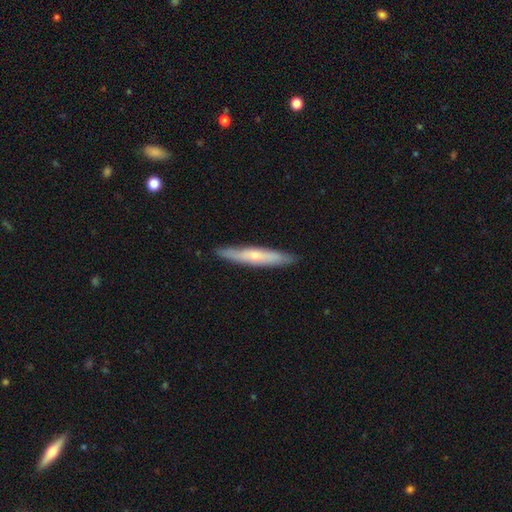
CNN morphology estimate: smooth-or-featured: featured or disk: 48% | smooth: 46% | star or artifact: 6%
  merging: none: 88% | minor disturbance: 10% | major disturbance: 2% | merger: 1%